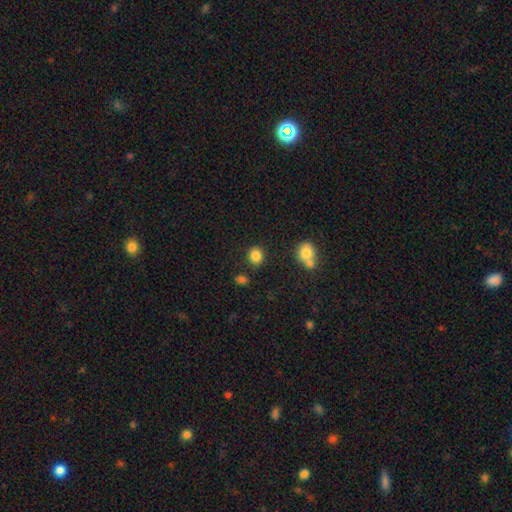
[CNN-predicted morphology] Smooth or featured? smooth (85%)
How rounded? round (73%)
Merging? none (83%)